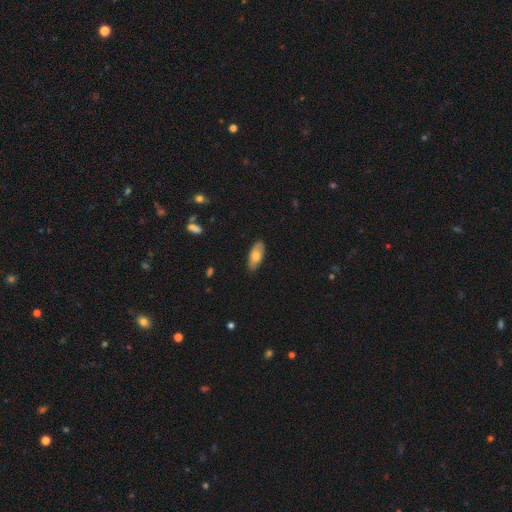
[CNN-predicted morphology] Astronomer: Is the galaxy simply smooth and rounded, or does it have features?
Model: smooth — 73%.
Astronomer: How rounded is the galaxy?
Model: in between — 84%.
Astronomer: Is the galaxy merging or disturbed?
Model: none — 86%.